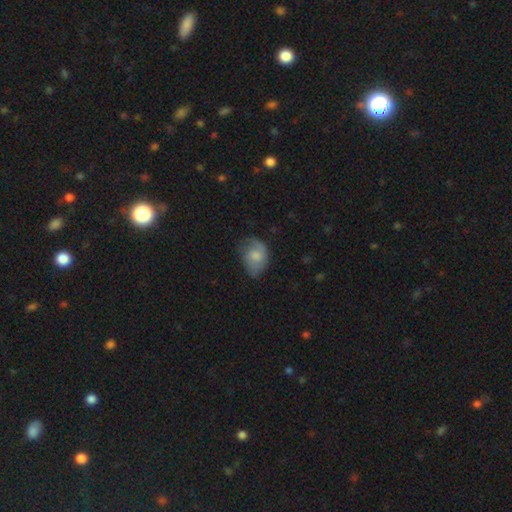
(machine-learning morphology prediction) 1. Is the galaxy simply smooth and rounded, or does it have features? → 55% smooth, 38% featured or disk, 8% star or artifact.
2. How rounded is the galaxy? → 70% in between, 29% round, 1% cigar-shaped.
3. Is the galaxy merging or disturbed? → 54% none, 31% minor disturbance, 14% major disturbance, 1% merger.